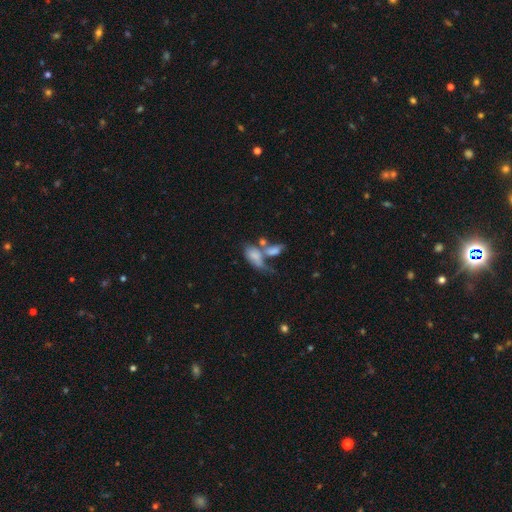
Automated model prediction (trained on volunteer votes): smooth-or-featured: smooth: 68% | featured or disk: 23% | star or artifact: 9%
  how-rounded: in between: 88% | round: 7% | cigar-shaped: 5%
  merging: merger: 54% | none: 18% | major disturbance: 17% | minor disturbance: 11%